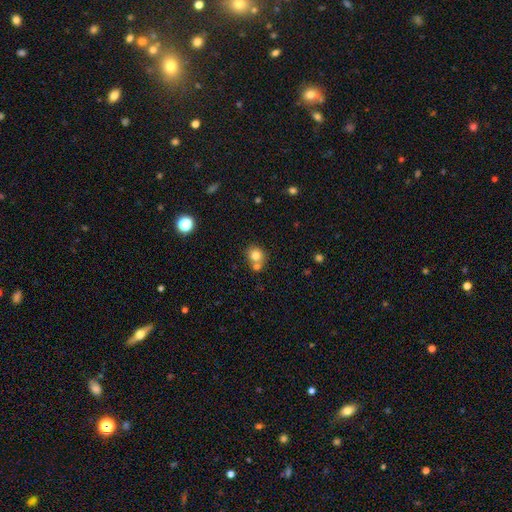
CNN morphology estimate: Smooth or featured? Predicted: smooth (p=0.78). How rounded? Predicted: round (p=0.80). Merging? Predicted: none (p=0.49).